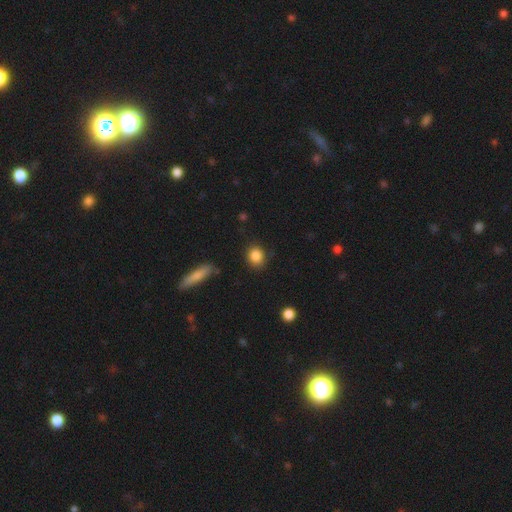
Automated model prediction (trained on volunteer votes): smooth_or_featured: smooth (p=0.86) [alt: star or artifact p=0.09]
how_rounded: round (p=0.67) [alt: in between p=0.31]
merging: none (p=0.82) [alt: minor disturbance p=0.13]